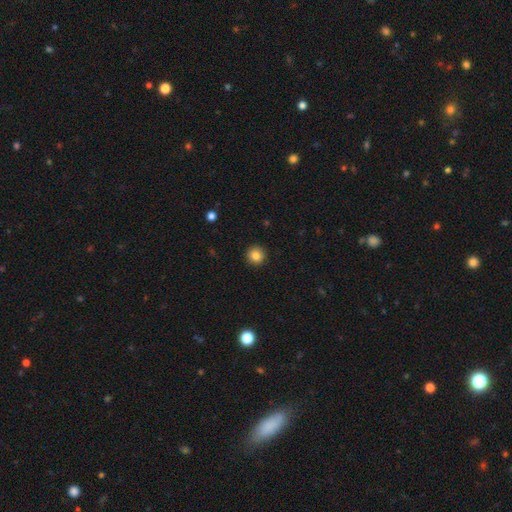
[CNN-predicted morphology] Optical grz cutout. It shows a smooth galaxy with no disk features (84%) that is round (94%). Merging: none (92%).